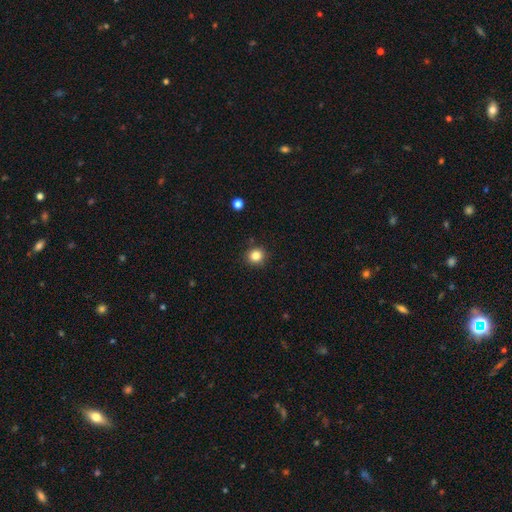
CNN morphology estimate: A smooth galaxy with no disk features (83%) that is round (88%). Merging: none (90%).